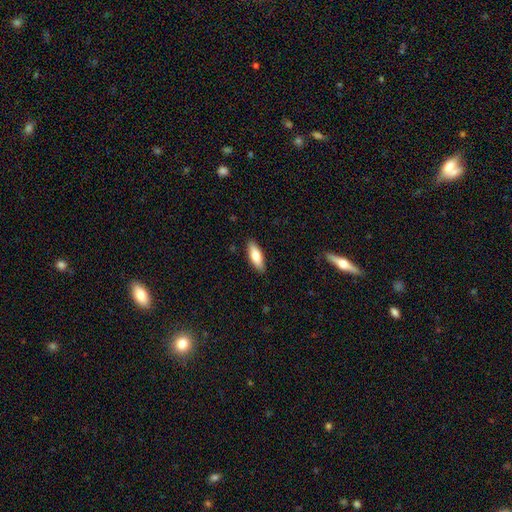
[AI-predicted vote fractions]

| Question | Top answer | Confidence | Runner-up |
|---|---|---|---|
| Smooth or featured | smooth | 74% | featured or disk (20%) |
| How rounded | in between | 65% | cigar-shaped (33%) |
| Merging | none | 88% | minor disturbance (9%) |